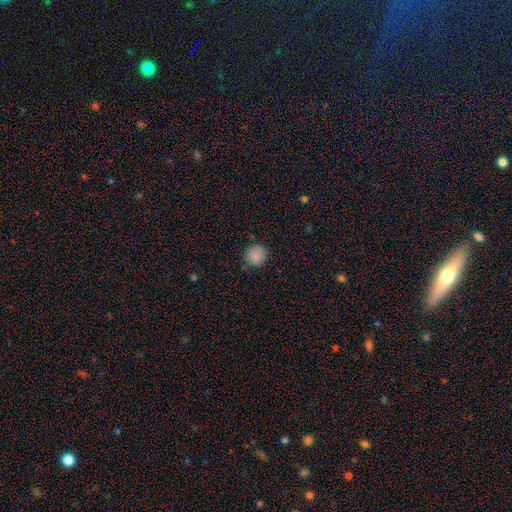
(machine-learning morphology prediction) Overall: smooth (87%). How rounded: round (88%). Merging: none (80%).